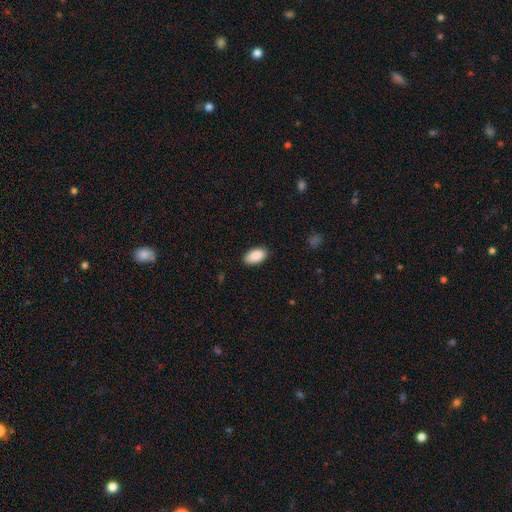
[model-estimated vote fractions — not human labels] A smooth galaxy with no disk features (90%) that is in between round and cigar-shaped (95%). Merging: none (87%).